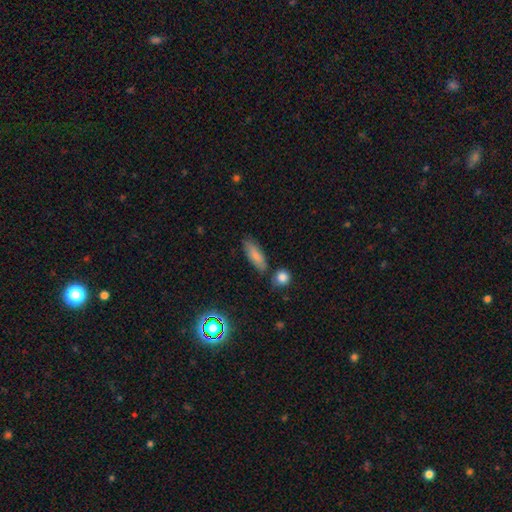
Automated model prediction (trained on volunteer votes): Morphology: type=smooth (81%); roundness=in between (60%); merging=none (74%).